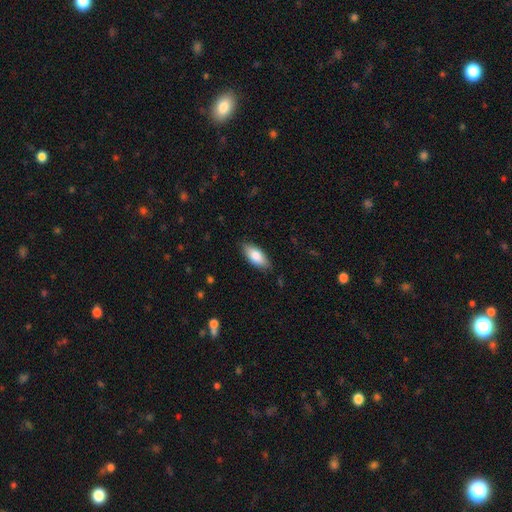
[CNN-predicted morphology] A smooth galaxy with no disk features (82%) that is in between round and cigar-shaped (86%). Merging: none (84%).